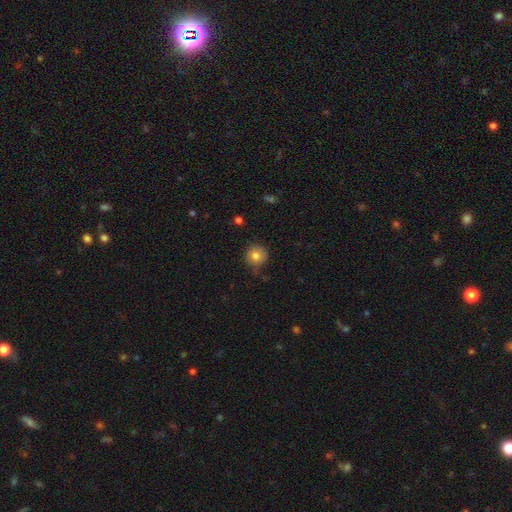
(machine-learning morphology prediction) smooth-or-featured: smooth: 81% | star or artifact: 10% | featured or disk: 9%
  how-rounded: round: 93% | in between: 6% | cigar-shaped: 1%
  merging: none: 79% | minor disturbance: 15% | major disturbance: 3% | merger: 2%